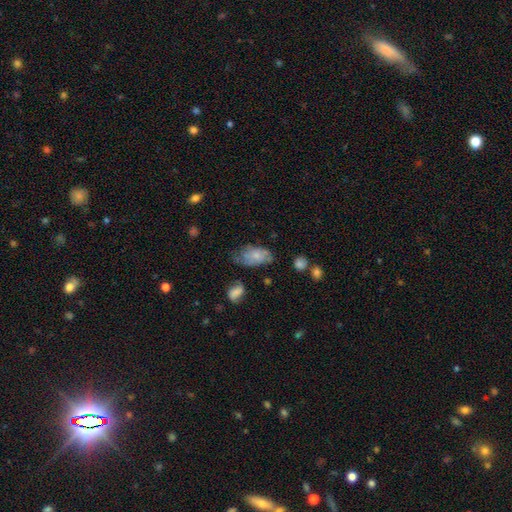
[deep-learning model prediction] A smooth galaxy with no disk features (64%) that is in between round and cigar-shaped (90%). Merging: none (45%).